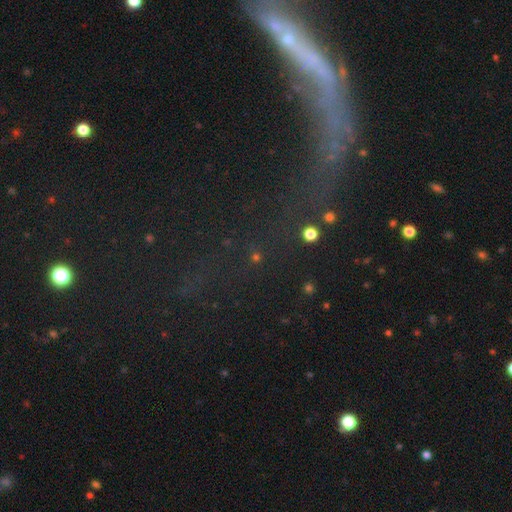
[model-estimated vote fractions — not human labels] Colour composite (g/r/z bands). It shows a star or artifact, not a galaxy (59%).